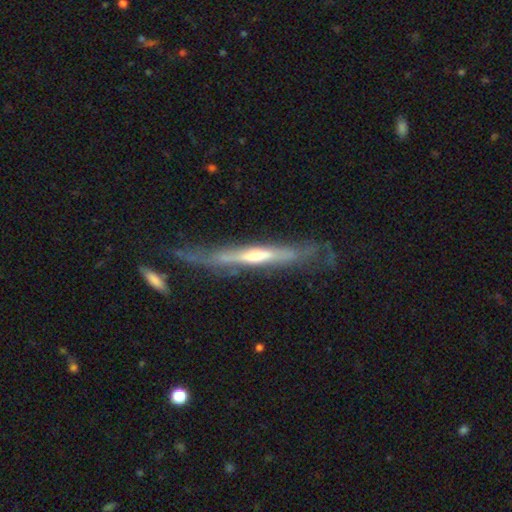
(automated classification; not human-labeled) Overall: featured or disk (77%). Edge-on disk: yes (85%). Edge-on bulge: rounded (51%; none 38%). Merging: none (58%; minor disturbance 25%).